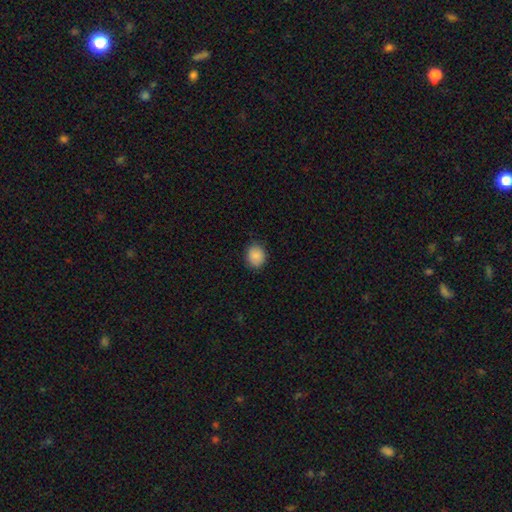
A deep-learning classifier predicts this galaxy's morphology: Smooth or featured?
  - smooth: 89% *
  - star or artifact: 8%
  - featured or disk: 3%
How rounded?
  - round: 67% *
  - in between: 32%
  - cigar-shaped: 1%
Merging?
  - none: 86% *
  - minor disturbance: 11%
  - major disturbance: 2%
  - merger: 1%